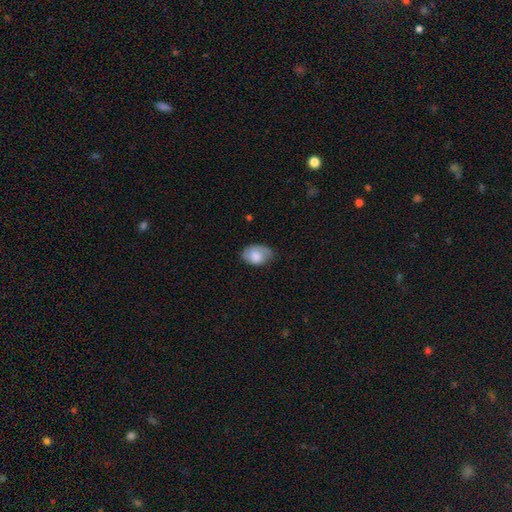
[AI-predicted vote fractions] A smooth galaxy with no disk features (77%) that is in between round and cigar-shaped (83%). Merging: none (55%).